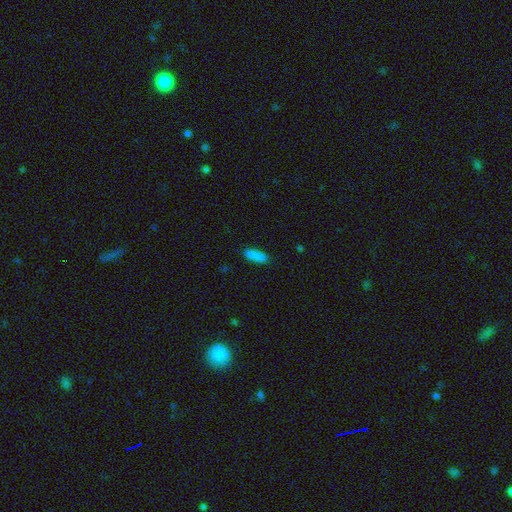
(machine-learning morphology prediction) Overall: smooth (88%). How rounded: in between (50%; cigar-shaped 48%). Merging: none (87%).